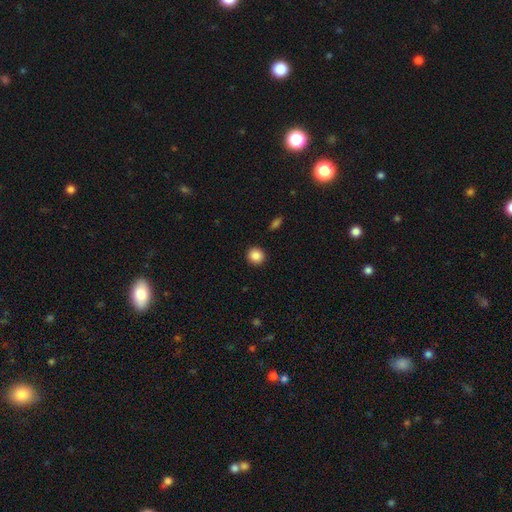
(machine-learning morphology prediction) Smooth or featured: smooth — 87% (star or artifact — 9%)
How rounded: round — 92% (in between — 7%)
Merging: none — 92% (minor disturbance — 5%)